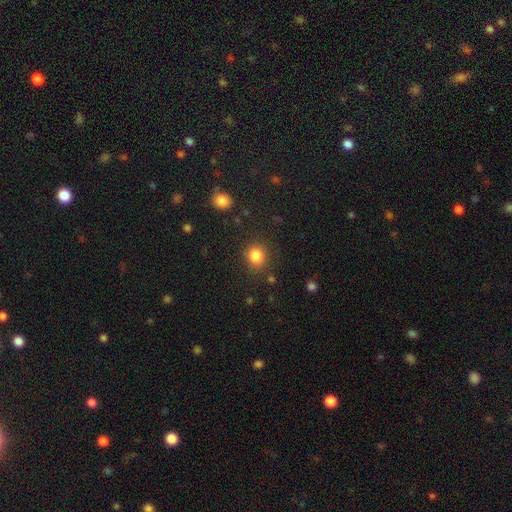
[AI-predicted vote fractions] This is clearly a smooth galaxy (84%). How rounded: likely round (70%). Merging: clearly none (82%).